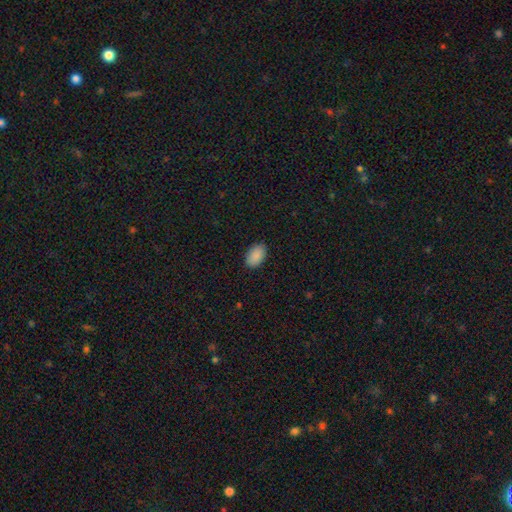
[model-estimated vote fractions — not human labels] Q: Smooth or featured?
A: smooth (90%); runner-up: star or artifact (7%)
Q: How rounded?
A: in between (92%); runner-up: round (7%)
Q: Merging?
A: none (88%); runner-up: minor disturbance (9%)